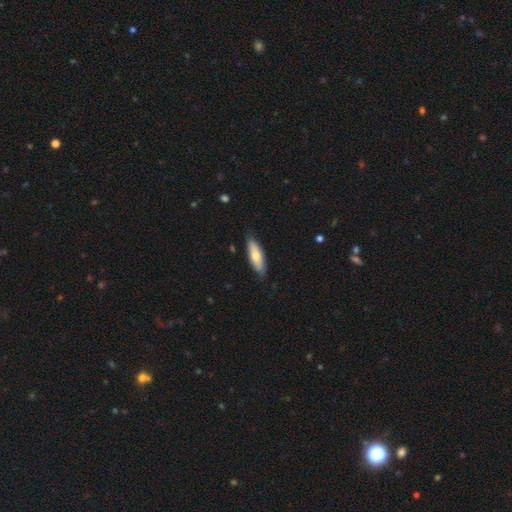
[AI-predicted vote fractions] smooth_or_featured: smooth (p=0.67) [alt: featured or disk p=0.27]
how_rounded: cigar-shaped (p=0.50) [alt: in between p=0.48]
merging: none (p=0.82) [alt: minor disturbance p=0.15]